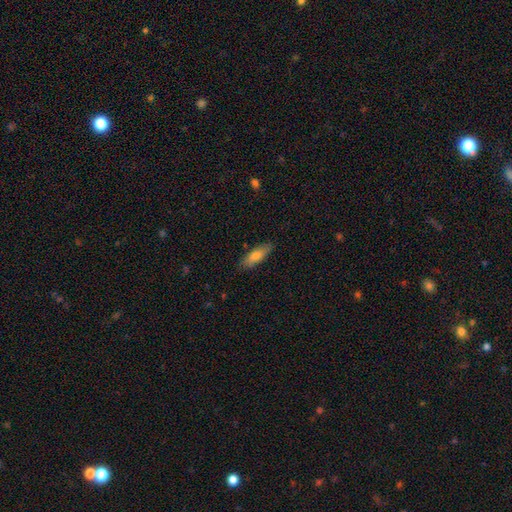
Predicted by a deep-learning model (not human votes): smooth 70%, featured or disk 23%, star or artifact 7%. Down the decision tree: how rounded — cigar-shaped (51%); merging — none (86%).